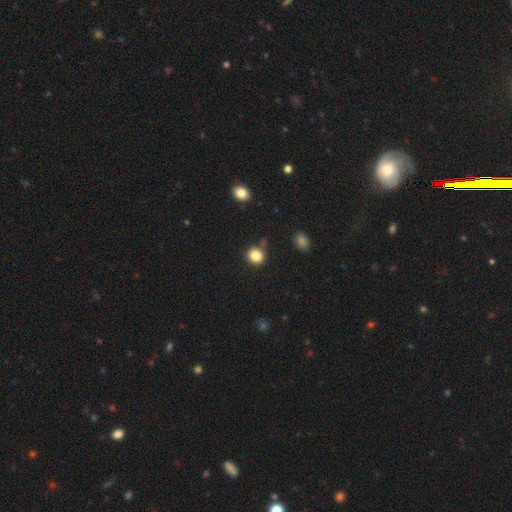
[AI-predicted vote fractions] A smooth galaxy with no disk features (84%) that is round (84%).

Vote fractions:
- Smooth or featured? smooth: 84% / star or artifact: 11% / featured or disk: 5%
- How rounded? round: 84% / in between: 16% / cigar-shaped: 1%
- Merging? none: 76% / minor disturbance: 14% / merger: 6% / major disturbance: 4%